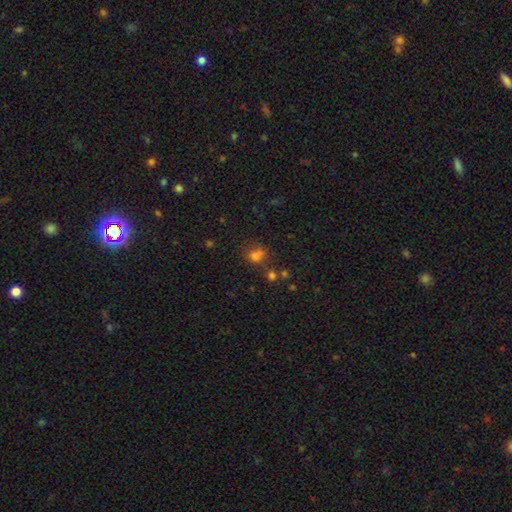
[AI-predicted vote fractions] This appears to be a smooth galaxy with no disk features (67%) that is round (72%). Merging: none (52%).